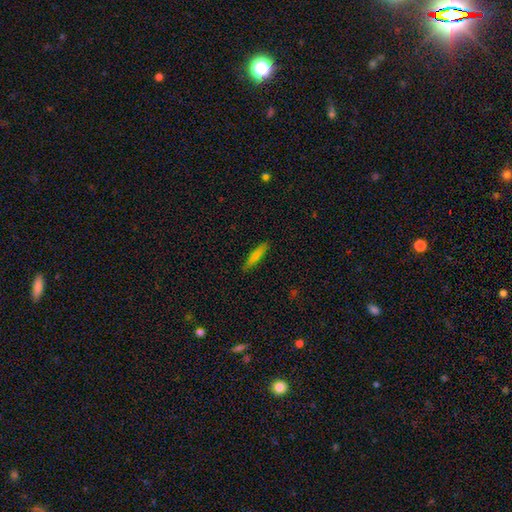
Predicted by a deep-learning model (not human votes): smooth 77%, featured or disk 16%, star or artifact 7%. Down the decision tree: how rounded — cigar-shaped (87%); merging — none (87%).